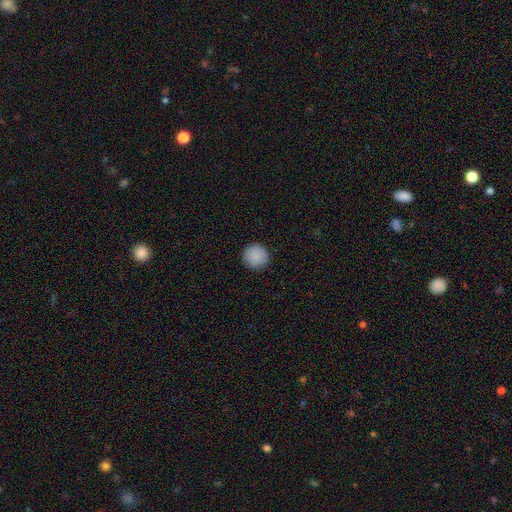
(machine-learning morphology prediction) Smooth or featured? smooth (89%)
How rounded? round (96%)
Merging? none (92%)